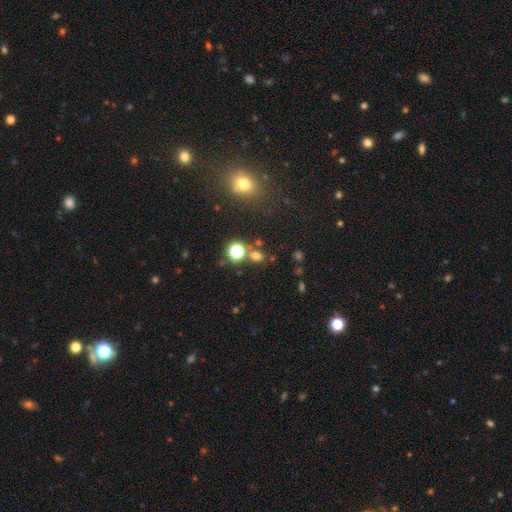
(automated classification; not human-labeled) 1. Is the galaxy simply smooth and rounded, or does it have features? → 63% smooth, 30% star or artifact, 7% featured or disk.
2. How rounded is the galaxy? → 67% round, 32% in between, 2% cigar-shaped.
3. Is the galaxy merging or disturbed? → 72% none, 14% merger, 10% minor disturbance, 4% major disturbance.